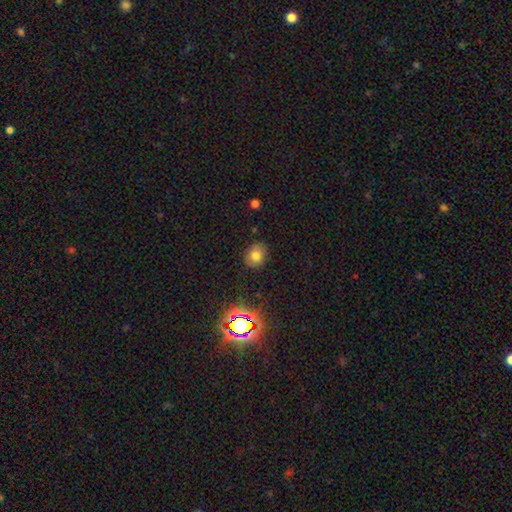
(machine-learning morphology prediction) The model was most divided on "how rounded": round: 55%, in between: 44%, cigar-shaped: 1%. More confident: merging — none (84%); smooth or featured — smooth (73%).